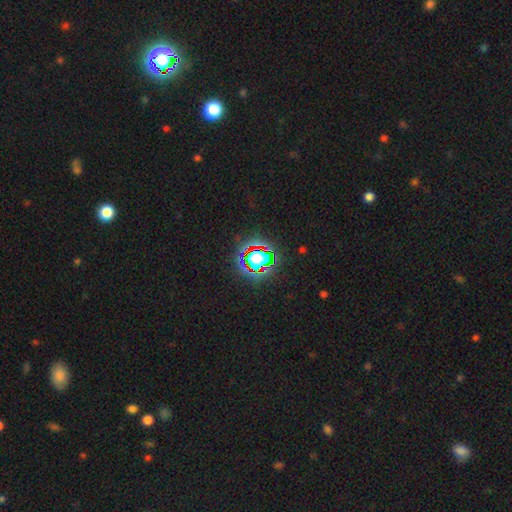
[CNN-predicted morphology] type=star or artifact (75%).